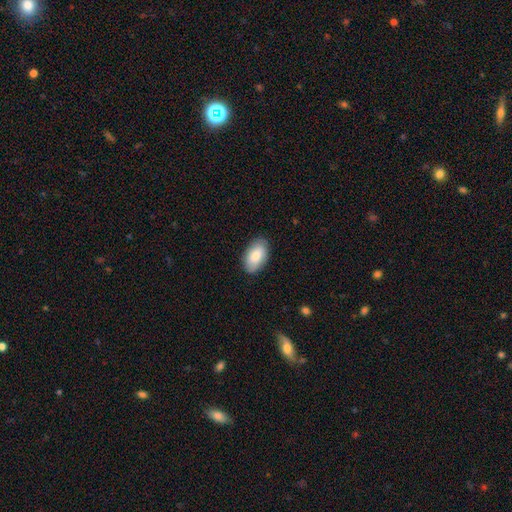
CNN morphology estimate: Smooth or featured? smooth (82%)
How rounded? in between (94%)
Merging? none (85%)